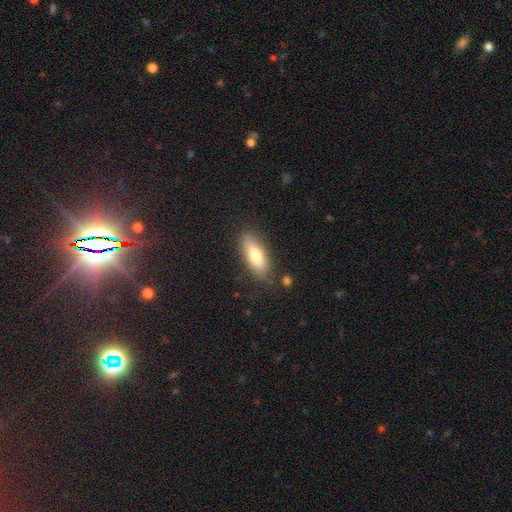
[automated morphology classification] smooth 72%, featured or disk 21%, star or artifact 7%. Down the decision tree: how rounded — in between (67%); merging — none (81%).